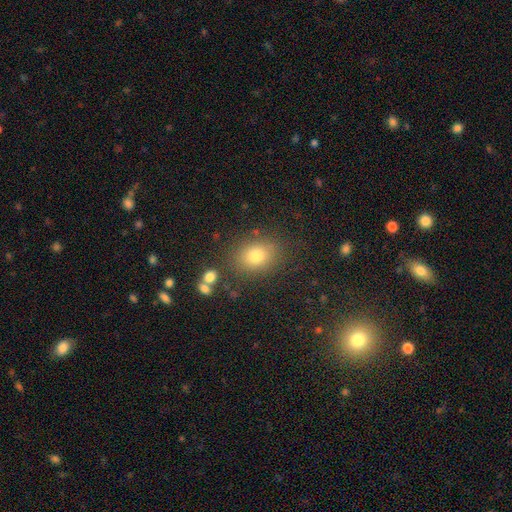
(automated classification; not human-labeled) Morphology: type=smooth (79%); roundness=in between (63%); merging=none (81%).